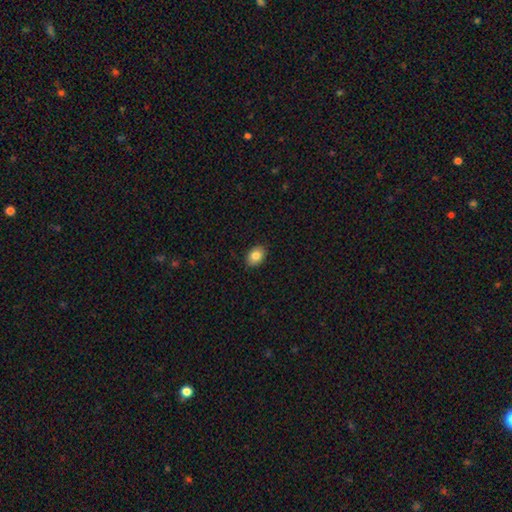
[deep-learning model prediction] Morphology: type=smooth (84%); roundness=in between (75%); merging=none (89%).